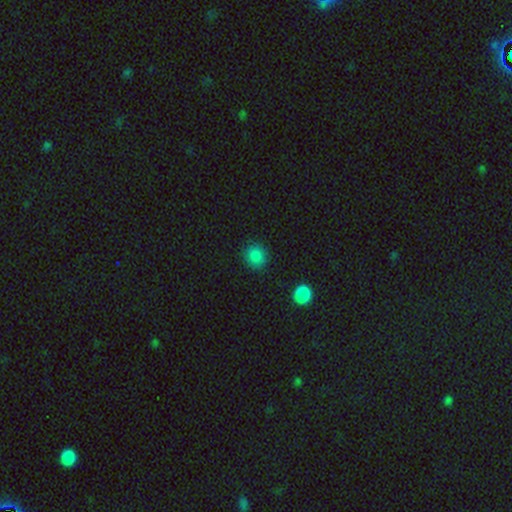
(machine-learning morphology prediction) Smooth or featured? Predicted: smooth (p=0.85). How rounded? Predicted: round (p=0.85). Merging? Predicted: none (p=0.88).